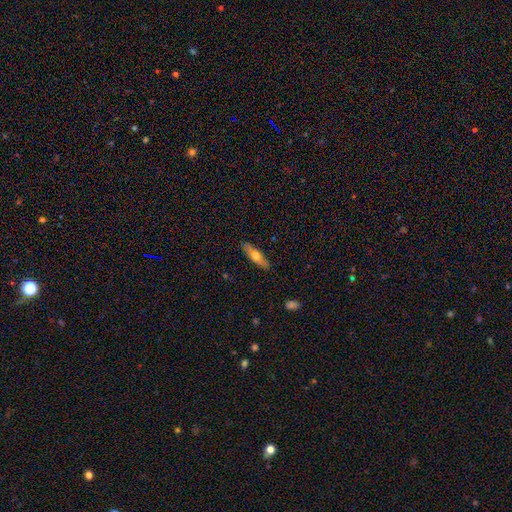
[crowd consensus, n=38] smooth_or_featured: smooth (p=0.50) [tied with: featured or disk p=0.50]
how_rounded: cigar-shaped (p=0.74) [alt: in between p=0.26]
merging: none (p=0.89) [alt: minor disturbance p=0.11]